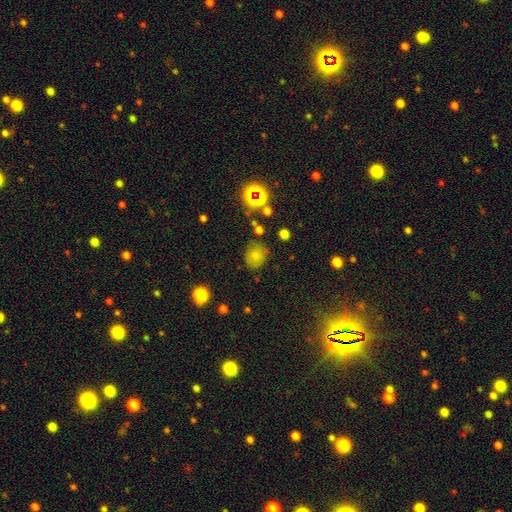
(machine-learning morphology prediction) smooth 71%, star or artifact 19%, featured or disk 10%. Down the decision tree: how rounded — round (75%); merging — none (75%).